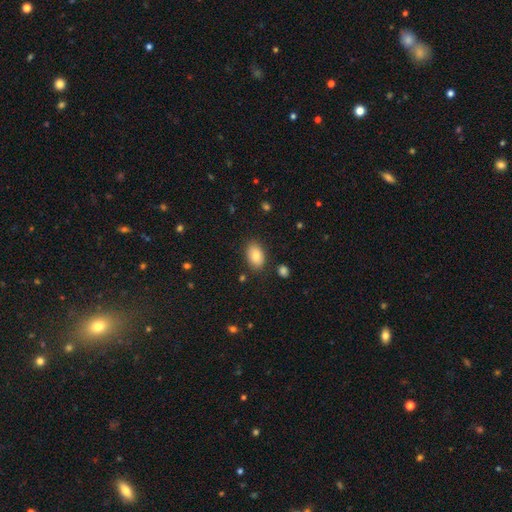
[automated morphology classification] Q: Smooth or featured?
A: smooth (84%); runner-up: featured or disk (9%)
Q: How rounded?
A: in between (90%); runner-up: round (8%)
Q: Merging?
A: none (84%); runner-up: minor disturbance (11%)